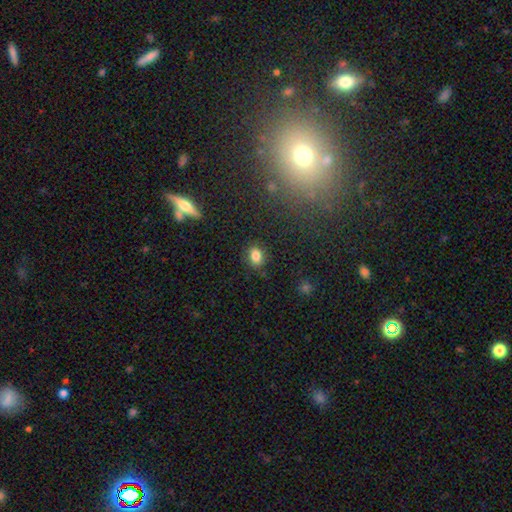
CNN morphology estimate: smooth-or-featured: smooth: 82% | star or artifact: 11% | featured or disk: 7%
  how-rounded: in between: 63% | round: 35% | cigar-shaped: 1%
  merging: none: 82% | minor disturbance: 13% | major disturbance: 3% | merger: 2%